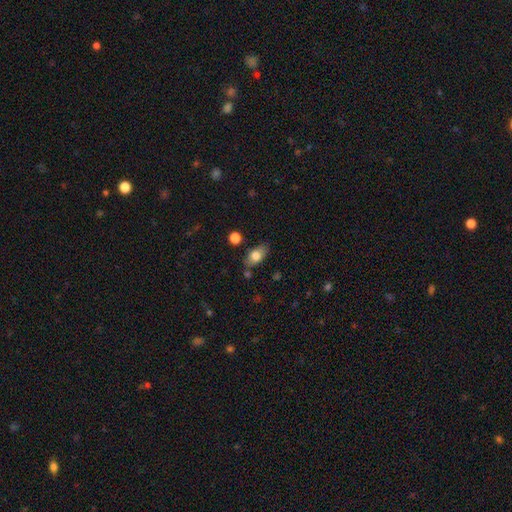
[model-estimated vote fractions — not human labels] Q: Smooth or featured?
A: smooth (77%); runner-up: featured or disk (16%)
Q: How rounded?
A: in between (87%); runner-up: round (8%)
Q: Merging?
A: none (76%); runner-up: minor disturbance (16%)